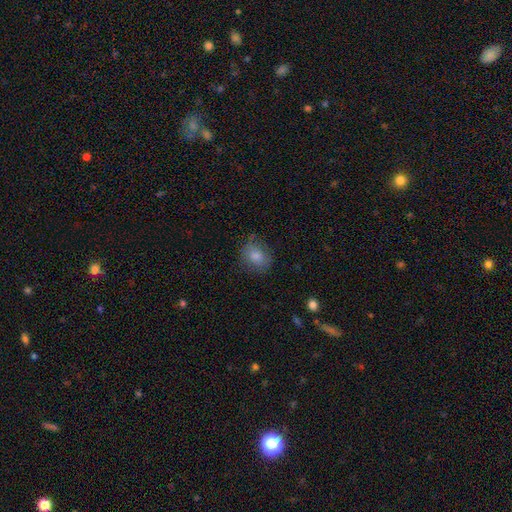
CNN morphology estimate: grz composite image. It shows a smooth galaxy with no disk features (74%) that is round (61%). Merging: none (76%).